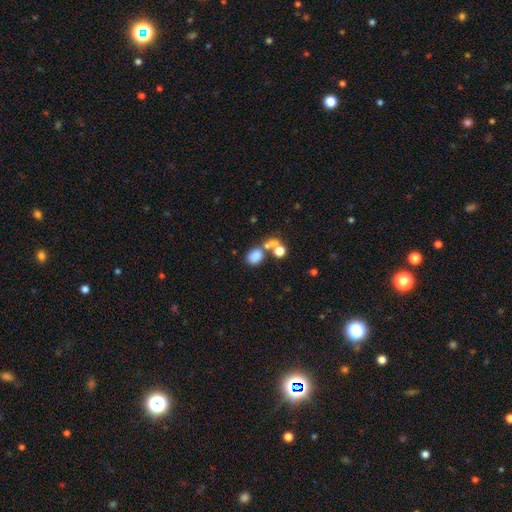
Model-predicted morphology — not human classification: Q: Smooth or featured?
A: smooth (76%); runner-up: star or artifact (13%)
Q: How rounded?
A: in between (59%); runner-up: round (39%)
Q: Merging?
A: merger (41%); runner-up: none (40%)